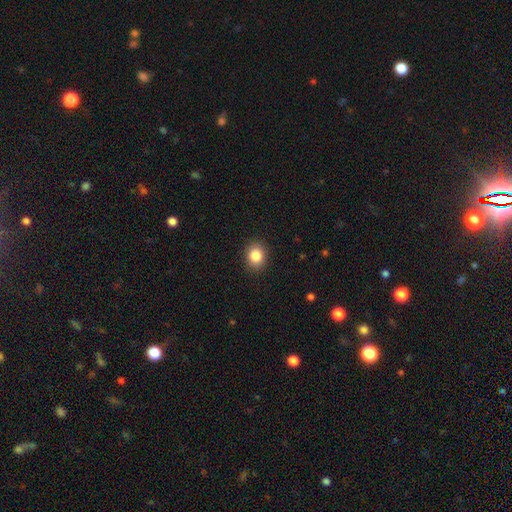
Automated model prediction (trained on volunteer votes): A smooth galaxy with no disk features (85%) that is round (61%). Merging: none (89%).